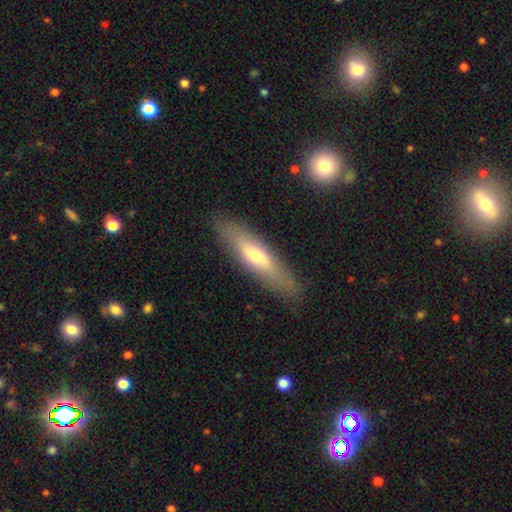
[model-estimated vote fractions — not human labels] Smooth or featured: smooth — 52% (featured or disk — 41%)
How rounded: cigar-shaped — 68% (in between — 30%)
Merging: none — 85% (minor disturbance — 11%)